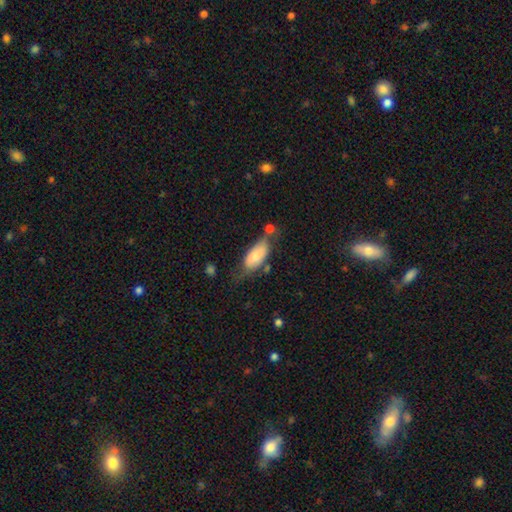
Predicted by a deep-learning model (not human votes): Smooth or featured?
  - smooth: 76% *
  - featured or disk: 17%
  - star or artifact: 6%
How rounded?
  - in between: 87% *
  - cigar-shaped: 11%
  - round: 2%
Merging?
  - none: 46% *
  - minor disturbance: 29%
  - merger: 13%
  - major disturbance: 12%